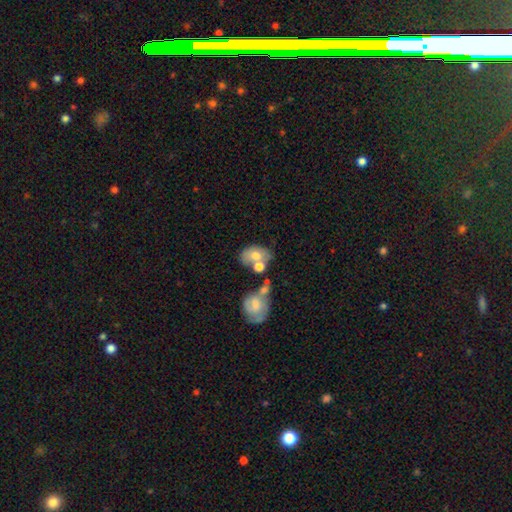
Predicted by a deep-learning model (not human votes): Smooth or featured? Predicted: smooth (p=0.63). How rounded? Predicted: in between (p=0.67). Merging? Predicted: merger (p=0.41).